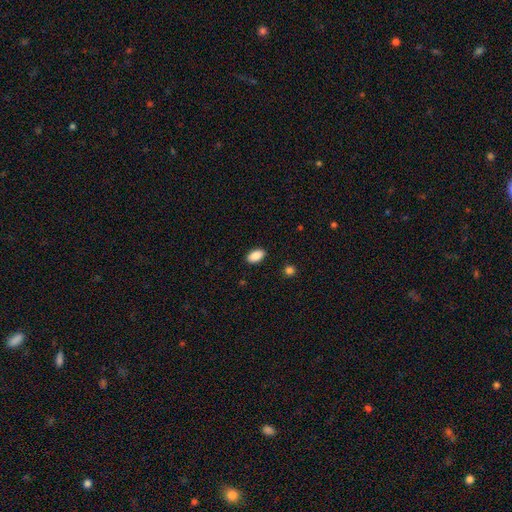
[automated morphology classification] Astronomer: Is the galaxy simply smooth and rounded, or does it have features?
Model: smooth — 89%.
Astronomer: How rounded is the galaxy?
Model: in between — 93%.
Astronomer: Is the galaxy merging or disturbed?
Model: none — 89%.